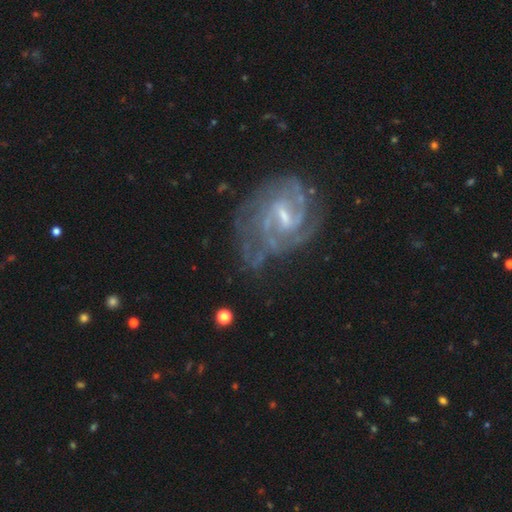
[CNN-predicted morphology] Smooth or featured?
  - featured or disk: 86% *
  - star or artifact: 7%
  - smooth: 7%
Edge-on disk?
  - no: 98% *
  - yes: 2%
Bar?
  - weak: 59% *
  - strong: 25%
  - no: 16%
Spiral arms?
  - yes: 93% *
  - no: 7%
Spiral winding?
  - tight: 47% *
  - medium: 42%
  - loose: 11%
Spiral arm count?
  - 2: 31% *
  - can't tell: 30%
  - 3: 21%
  - 4: 8%
  - 1: 5%
  - more than 4: 5%
Bulge size?
  - small: 52% *
  - moderate: 33%
  - none: 12%
  - large: 2%
  - dominant: 1%
Merging?
  - none: 54% *
  - minor disturbance: 23%
  - major disturbance: 20%
  - merger: 3%